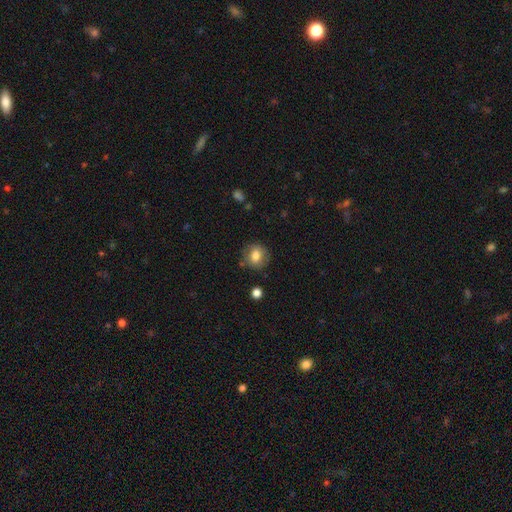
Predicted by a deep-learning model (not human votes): smooth_or_featured: smooth (p=0.78) [alt: featured or disk p=0.13]
how_rounded: round (p=0.83) [alt: in between p=0.16]
merging: none (p=0.82) [alt: minor disturbance p=0.12]